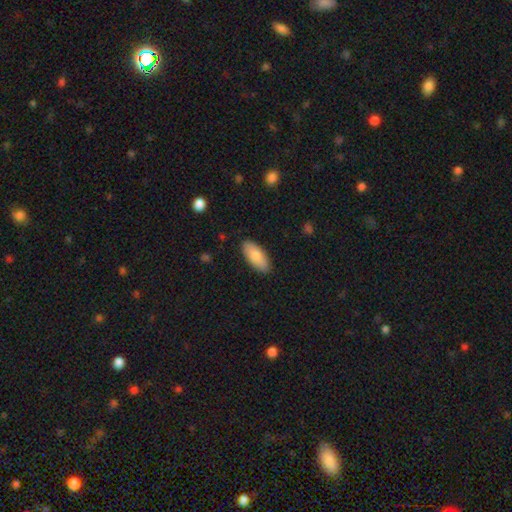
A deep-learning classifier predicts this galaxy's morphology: The model was most divided on "smooth or featured": smooth: 83%, featured or disk: 12%, star or artifact: 6%. More confident: merging — none (87%); how rounded — in between (87%).